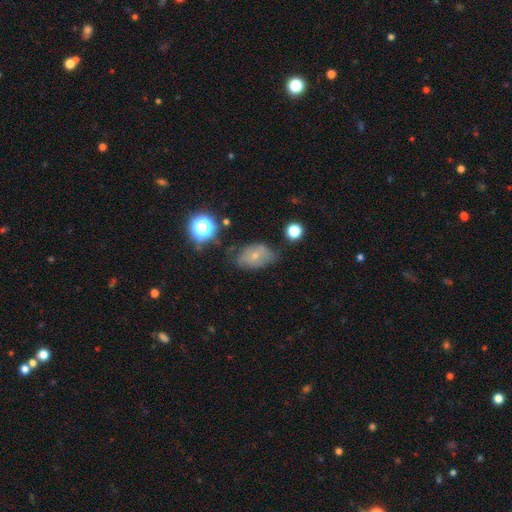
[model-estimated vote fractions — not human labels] Smooth or featured? Predicted: smooth (p=0.55). How rounded? Predicted: in between (p=0.83). Merging? Predicted: none (p=0.53).